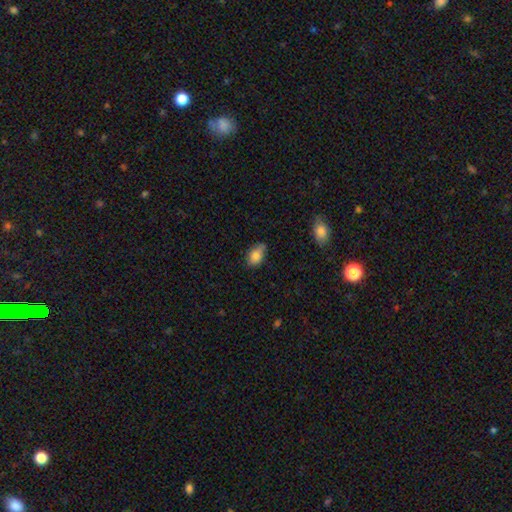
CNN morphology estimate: Smooth or featured?
  - smooth: 82% *
  - featured or disk: 10%
  - star or artifact: 8%
How rounded?
  - in between: 86% *
  - round: 12%
  - cigar-shaped: 2%
Merging?
  - none: 54% *
  - minor disturbance: 35%
  - major disturbance: 7%
  - merger: 4%